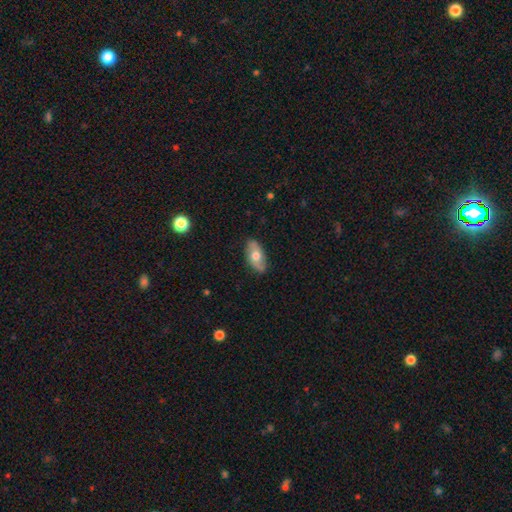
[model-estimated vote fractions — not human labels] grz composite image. It shows a smooth galaxy with no disk features (56%) that is in between round and cigar-shaped (89%). Merging: none (83%).